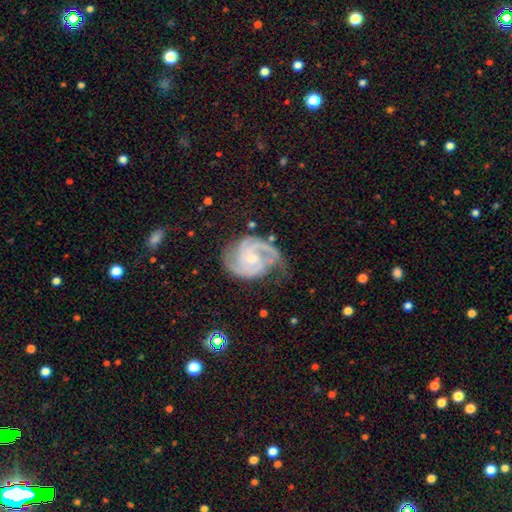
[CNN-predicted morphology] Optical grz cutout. It shows a featured or disk galaxy (91%) with no bar (58%), 2 (77%) tight (52%) spiral arms (98%) and a small central bulge (58%). Merging: none (69%).